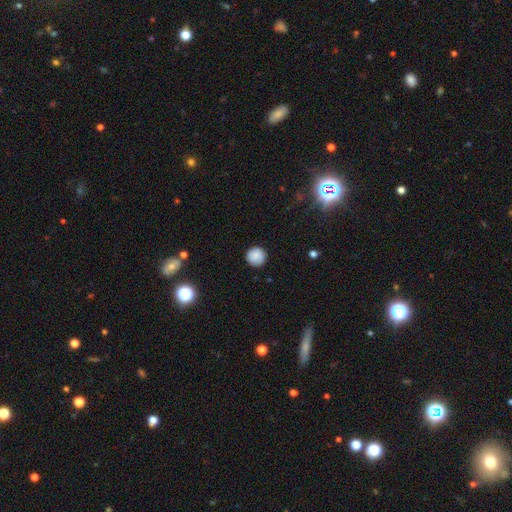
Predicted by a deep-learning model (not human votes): Overall: smooth (85%). How rounded: round (95%). Merging: none (88%).